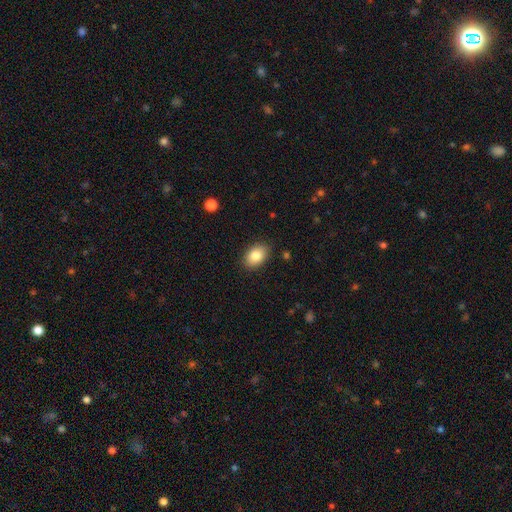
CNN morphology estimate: This is clearly a smooth galaxy (85%). How rounded: clearly in between (85%). Merging: clearly none (87%).